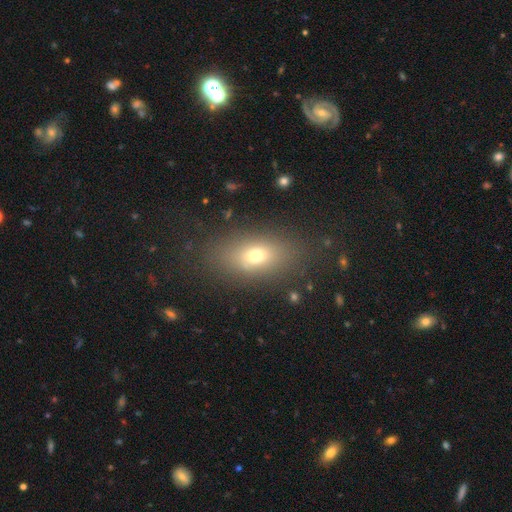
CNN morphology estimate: smooth 68%, featured or disk 17%, star or artifact 14%. Down the decision tree: how rounded — in between (78%); merging — none (82%).